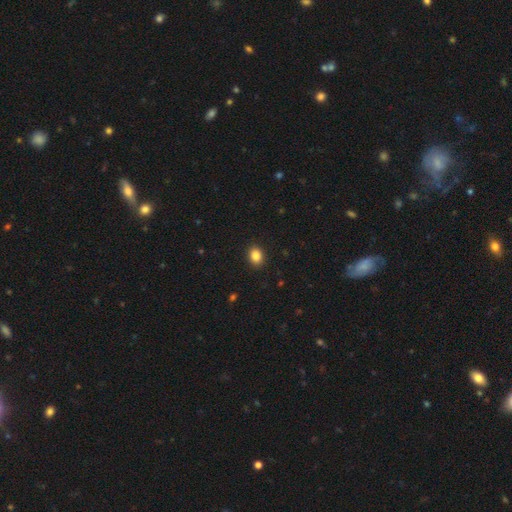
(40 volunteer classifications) A smooth galaxy with no disk features (85%) that is in between round and cigar-shaped (68%).

Vote fractions:
- Smooth or featured? smooth: 85% / star or artifact: 12% / featured or disk: 2%
- How rounded? in between: 68% / round: 32% / cigar-shaped: 0%
- Merging? none: 83% / minor disturbance: 9% / major disturbance: 9% / merger: 0%